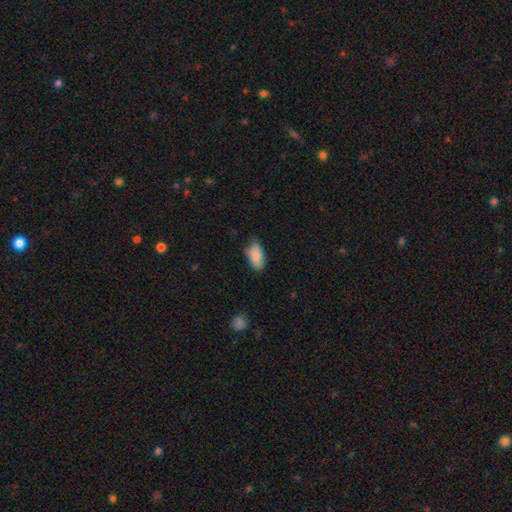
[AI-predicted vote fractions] Smooth or featured: smooth — 85% (featured or disk — 8%)
How rounded: in between — 92% (cigar-shaped — 4%)
Merging: none — 62% (minor disturbance — 30%)